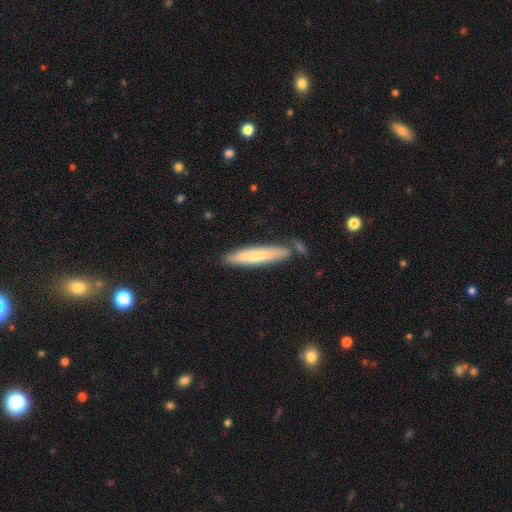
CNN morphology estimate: Smooth or featured?
  - smooth: 63% *
  - featured or disk: 31%
  - star or artifact: 6%
How rounded?
  - cigar-shaped: 90% *
  - in between: 9%
  - round: 1%
Merging?
  - none: 76% *
  - minor disturbance: 14%
  - merger: 7%
  - major disturbance: 3%